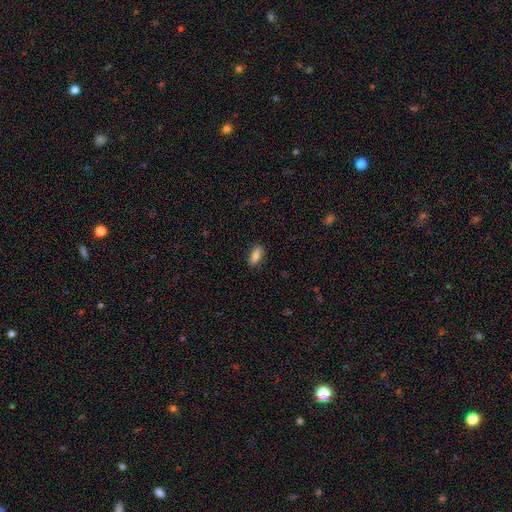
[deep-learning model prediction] This appears to be a smooth galaxy with no disk features (78%) that is in between round and cigar-shaped (83%). Merging: none (84%).